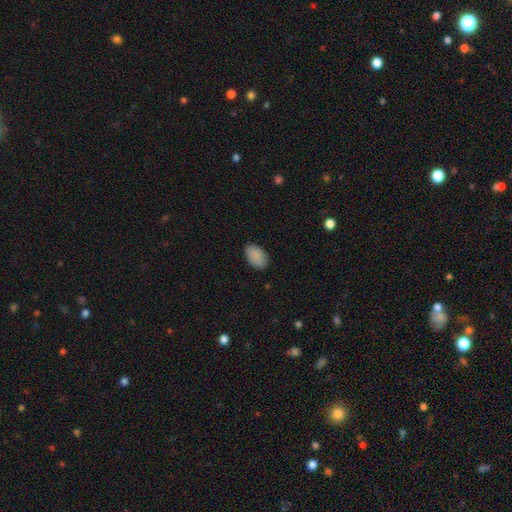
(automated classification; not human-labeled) Overall: smooth (89%). How rounded: in between (93%). Merging: none (84%).